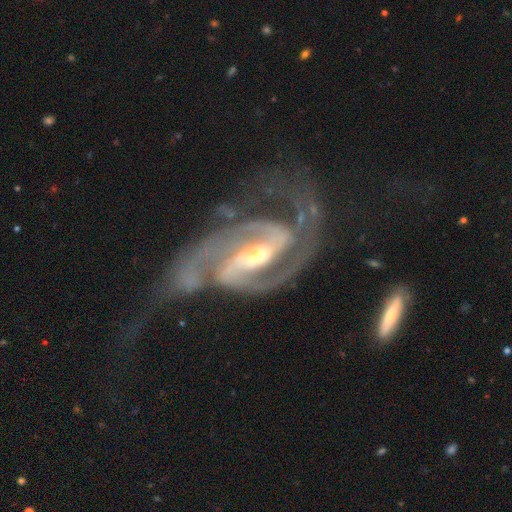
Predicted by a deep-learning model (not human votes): Overall: featured or disk (93%). Edge-on disk: no (98%). Bar: strong (44%; weak 37%). Spiral arms: yes (98%). Spiral arm count: 2 (81%). Spiral winding: medium (53%; tight 36%). Bulge size: small (49%; moderate 42%). Merging: none (55%; minor disturbance 21%).